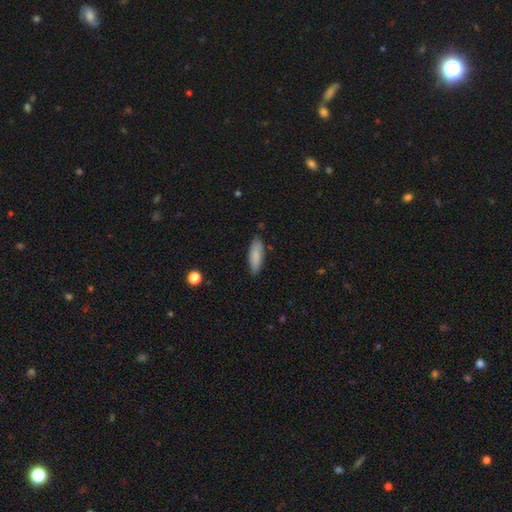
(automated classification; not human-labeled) The model was most divided on "how rounded": in between: 58%, cigar-shaped: 40%, round: 2%. More confident: smooth or featured — smooth (84%); merging — none (82%).